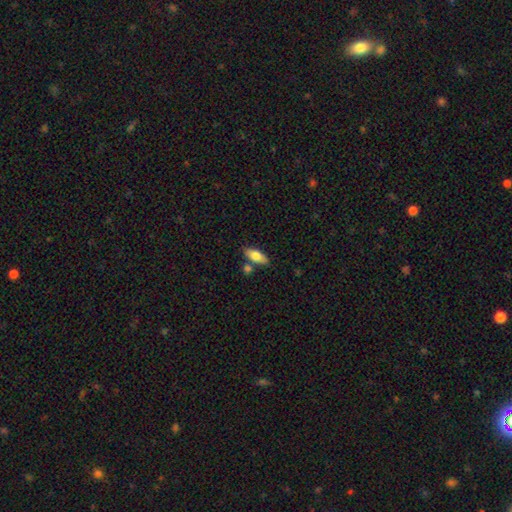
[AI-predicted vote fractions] Smooth or featured: smooth — 74% (featured or disk — 20%)
How rounded: in between — 77% (cigar-shaped — 20%)
Merging: none — 73% (minor disturbance — 12%)